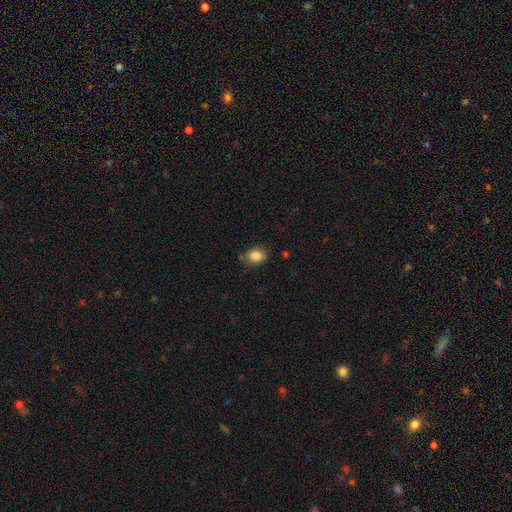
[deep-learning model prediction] smooth 85%, star or artifact 9%, featured or disk 5%. Down the decision tree: how rounded — in between (53%); merging — none (78%).